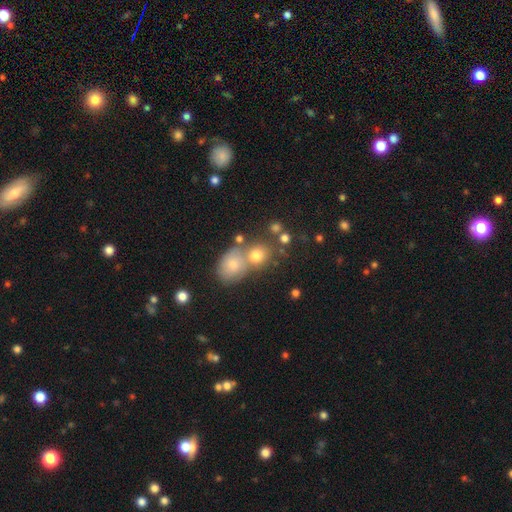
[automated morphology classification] Smooth or featured? Predicted: smooth (p=0.67). How rounded? Predicted: round (p=0.70). Merging? Predicted: none (p=0.44).